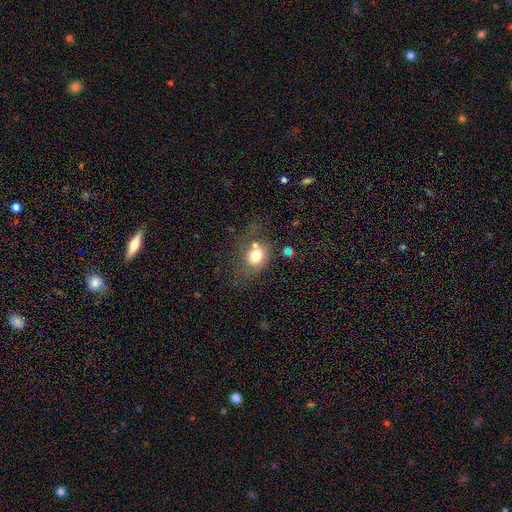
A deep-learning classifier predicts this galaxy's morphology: Smooth or featured? smooth (72%)
How rounded? round (54%)
Merging? none (46%)